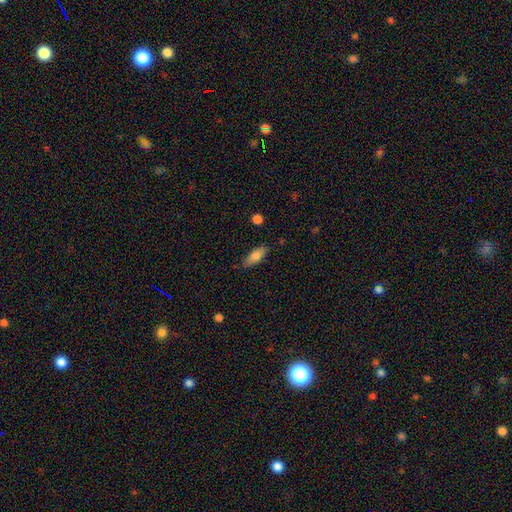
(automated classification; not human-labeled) Q: Smooth or featured?
A: smooth (79%); runner-up: featured or disk (15%)
Q: How rounded?
A: in between (66%); runner-up: cigar-shaped (32%)
Q: Merging?
A: none (83%); runner-up: minor disturbance (13%)